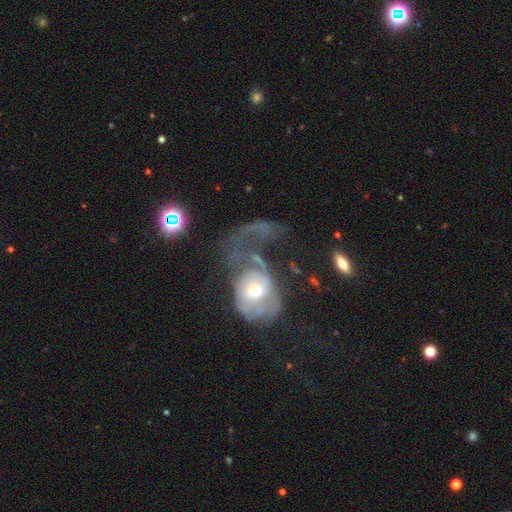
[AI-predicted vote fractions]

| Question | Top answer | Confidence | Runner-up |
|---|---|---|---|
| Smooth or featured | featured or disk | 60% | smooth (27%) |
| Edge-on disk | no | 96% | yes (4%) |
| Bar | no | 78% | weak (16%) |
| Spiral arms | yes | 51% | no (49%) |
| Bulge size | moderate | 58% | small (31%) |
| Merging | major disturbance | 48% | none (21%) |